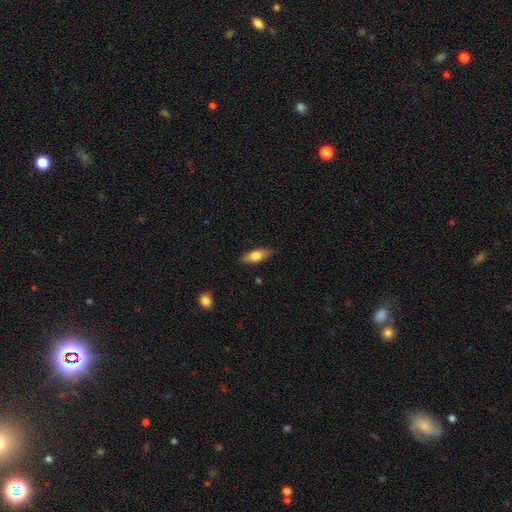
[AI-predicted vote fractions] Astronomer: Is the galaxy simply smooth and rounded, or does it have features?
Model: smooth — 65%.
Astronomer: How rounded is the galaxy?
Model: in between — 66%.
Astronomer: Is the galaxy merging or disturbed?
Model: none — 87%.